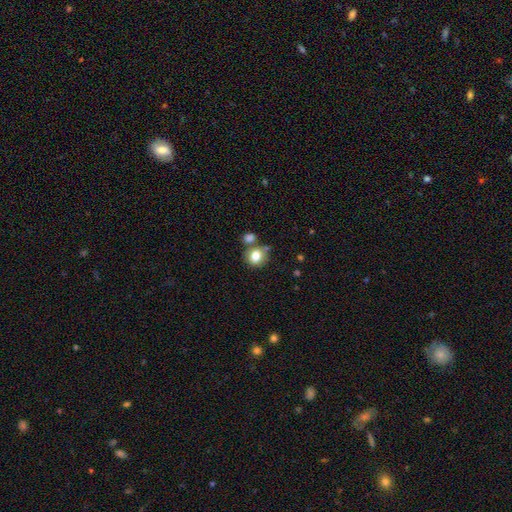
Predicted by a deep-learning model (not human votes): A smooth galaxy with no disk features (80%) that is round (72%).

Vote fractions:
- Smooth or featured? smooth: 80% / star or artifact: 10% / featured or disk: 10%
- How rounded? round: 72% / in between: 27% / cigar-shaped: 1%
- Merging? none: 58% / merger: 23% / minor disturbance: 14% / major disturbance: 5%